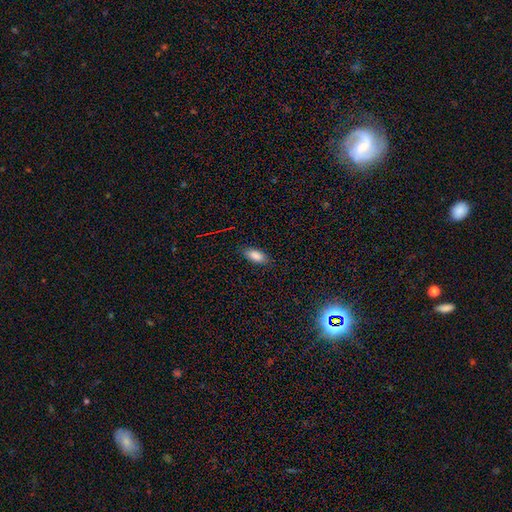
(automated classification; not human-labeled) smooth-or-featured: smooth: 86% | star or artifact: 8% | featured or disk: 6%
  how-rounded: in between: 85% | cigar-shaped: 12% | round: 2%
  merging: none: 85% | minor disturbance: 11% | major disturbance: 3% | merger: 1%